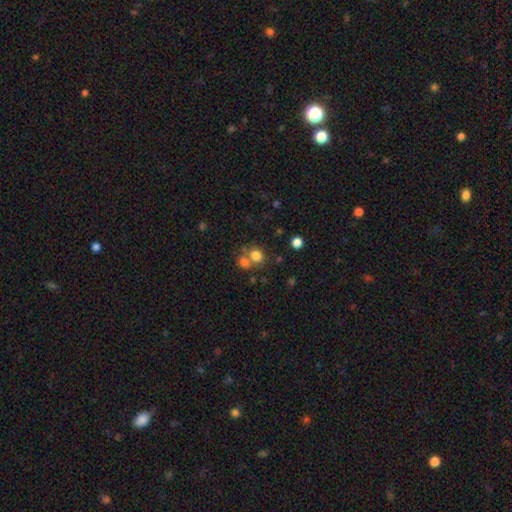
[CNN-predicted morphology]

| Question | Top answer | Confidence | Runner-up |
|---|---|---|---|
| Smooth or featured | smooth | 77% | star or artifact (13%) |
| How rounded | round | 71% | in between (28%) |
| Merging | none | 47% | merger (41%) |